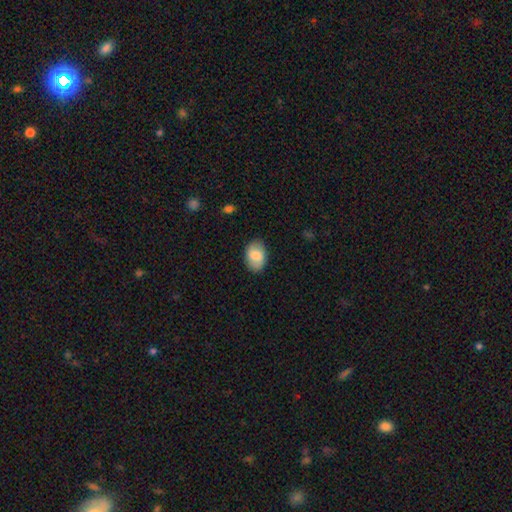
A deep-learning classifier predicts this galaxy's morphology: Q: Smooth or featured?
A: smooth (77%); runner-up: featured or disk (16%)
Q: How rounded?
A: in between (86%); runner-up: round (13%)
Q: Merging?
A: none (85%); runner-up: minor disturbance (12%)